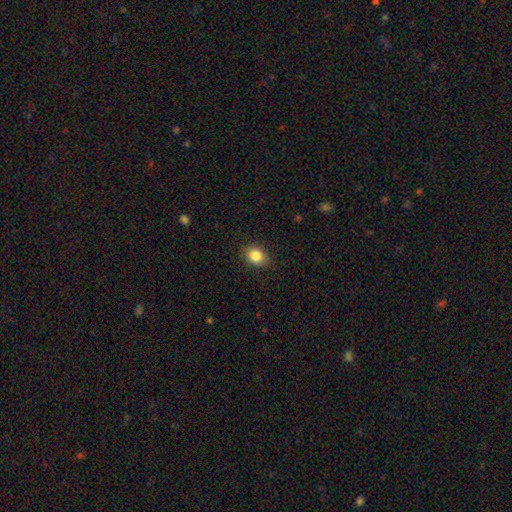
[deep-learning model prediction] A smooth galaxy with no disk features (86%) that is in between round and cigar-shaped (59%). Merging: none (87%).